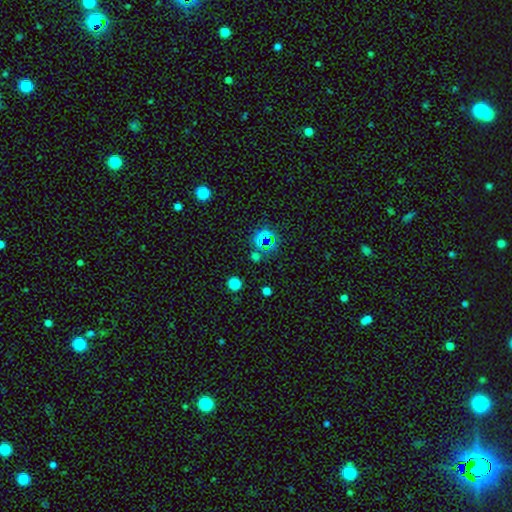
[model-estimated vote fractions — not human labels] This appears to be a star or artifact, not a galaxy (54%).